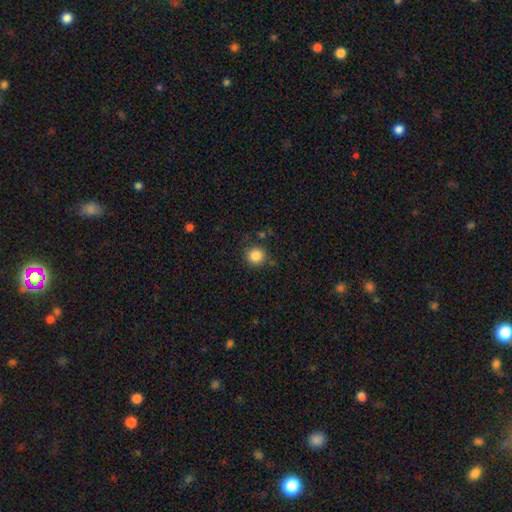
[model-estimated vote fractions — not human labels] Smooth or featured? Predicted: smooth (p=0.85). How rounded? Predicted: round (p=0.92). Merging? Predicted: none (p=0.85).